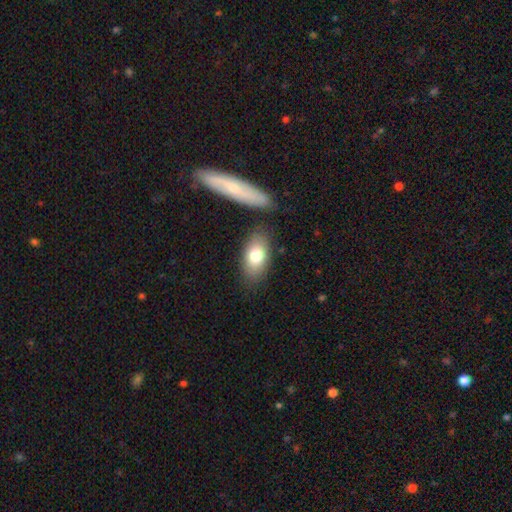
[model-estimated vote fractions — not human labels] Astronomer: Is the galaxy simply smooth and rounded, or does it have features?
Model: smooth — 77%.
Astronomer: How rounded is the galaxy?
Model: in between — 89%.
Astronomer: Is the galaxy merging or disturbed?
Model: none — 78%.